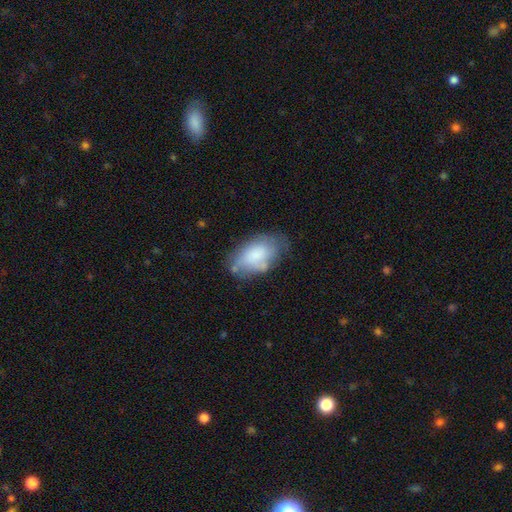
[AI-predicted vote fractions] This appears to be a smooth galaxy with no disk features (73%) that is in between round and cigar-shaped (93%). Merging: none (50%).